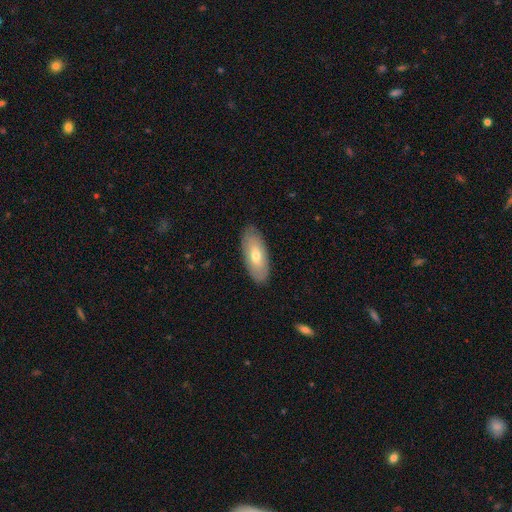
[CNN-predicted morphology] A smooth galaxy with no disk features (59%) that is in between round and cigar-shaped (83%). Merging: none (86%).